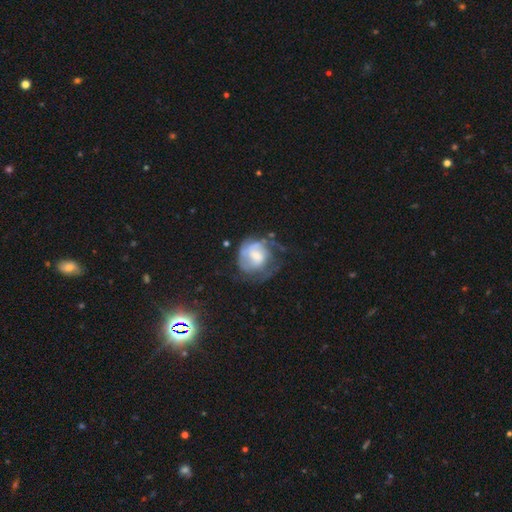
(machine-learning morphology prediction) A featured or disk galaxy (63%) with a weak bar (46%), spiral arms (74%) and a moderate central bulge (41%). Merging: none (42%).